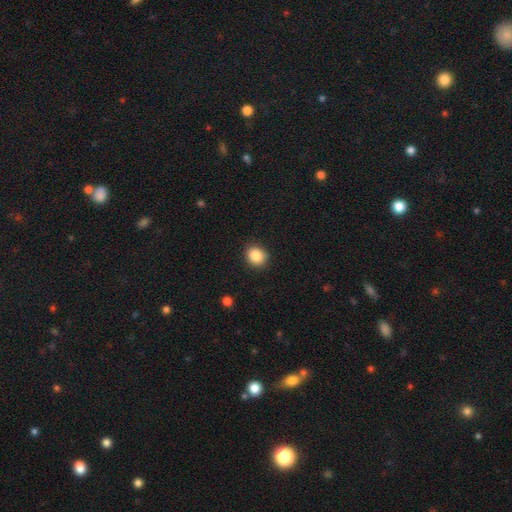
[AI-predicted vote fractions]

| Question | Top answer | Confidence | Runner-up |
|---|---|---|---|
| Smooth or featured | smooth | 87% | star or artifact (9%) |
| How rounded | round | 69% | in between (30%) |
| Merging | none | 89% | minor disturbance (8%) |